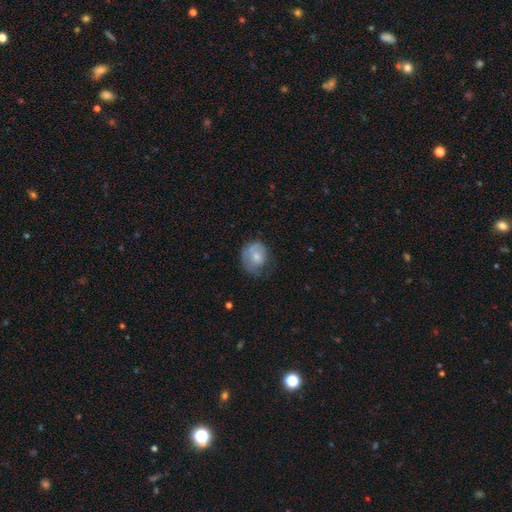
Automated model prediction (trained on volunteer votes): smooth_or_featured: smooth (p=0.60) [alt: featured or disk p=0.32]
how_rounded: round (p=0.66) [alt: in between p=0.34]
merging: none (p=0.45) [alt: minor disturbance p=0.31]